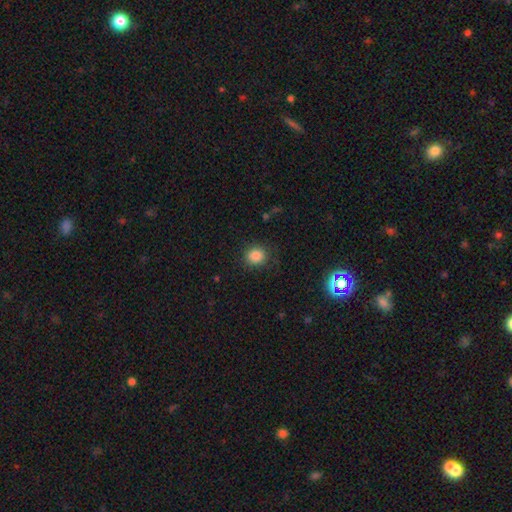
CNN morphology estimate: smooth 85%, star or artifact 11%, featured or disk 4%. Down the decision tree: how rounded — round (83%); merging — none (86%).